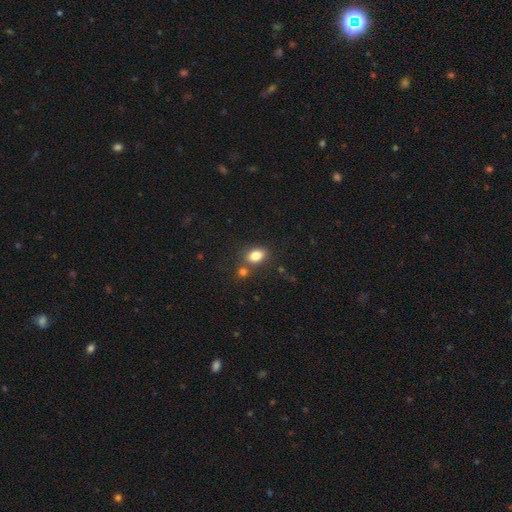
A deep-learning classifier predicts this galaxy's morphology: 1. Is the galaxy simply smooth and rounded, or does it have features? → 82% smooth, 10% star or artifact, 7% featured or disk.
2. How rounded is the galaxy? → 78% in between, 20% round, 1% cigar-shaped.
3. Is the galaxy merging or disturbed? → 67% none, 18% merger, 11% minor disturbance, 3% major disturbance.